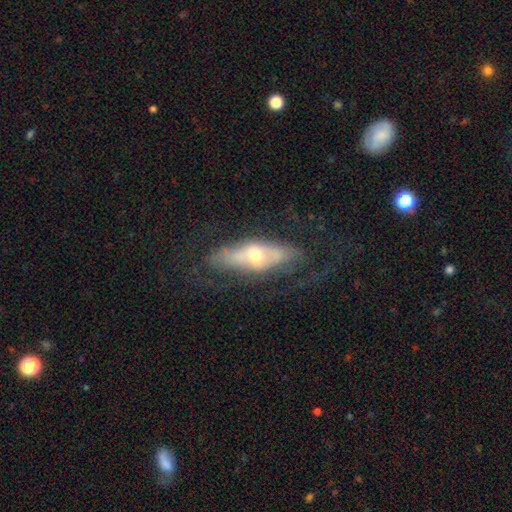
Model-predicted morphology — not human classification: smooth-or-featured: featured or disk: 57% | smooth: 36% | star or artifact: 8%
  disk-edge-on: no: 64% | yes: 36%
  merging: none: 52% | minor disturbance: 23% | major disturbance: 22% | merger: 3%